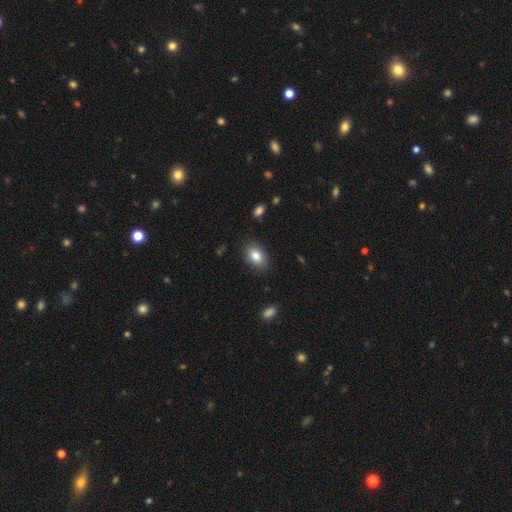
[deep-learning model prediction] Smooth or featured?
  - smooth: 83% *
  - featured or disk: 9%
  - star or artifact: 8%
How rounded?
  - in between: 84% *
  - round: 15%
  - cigar-shaped: 1%
Merging?
  - none: 85% *
  - minor disturbance: 11%
  - major disturbance: 3%
  - merger: 1%